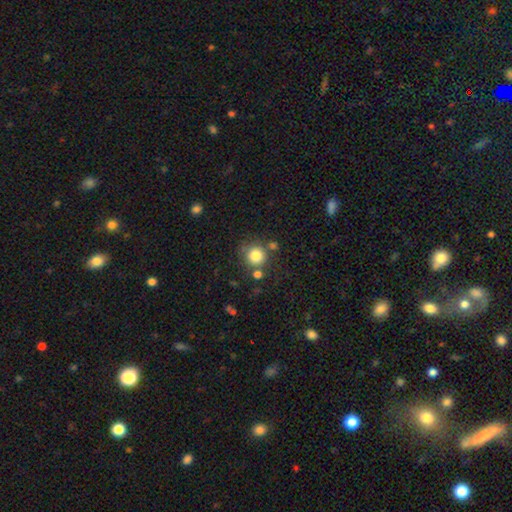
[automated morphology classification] Q: Smooth or featured?
A: smooth (81%); runner-up: star or artifact (11%)
Q: How rounded?
A: round (93%); runner-up: in between (6%)
Q: Merging?
A: none (73%); runner-up: merger (12%)